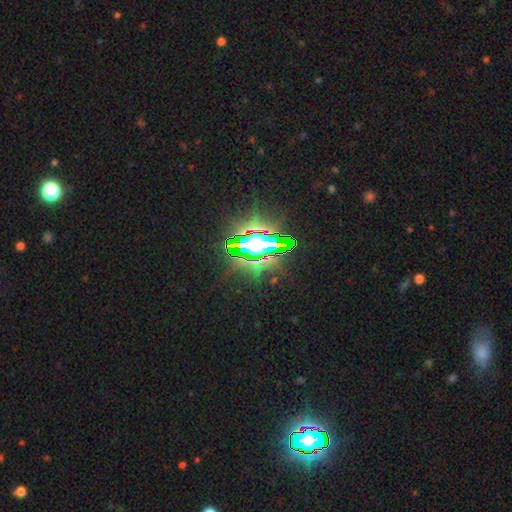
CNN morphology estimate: Smooth or featured? Predicted: star or artifact (p=0.74).